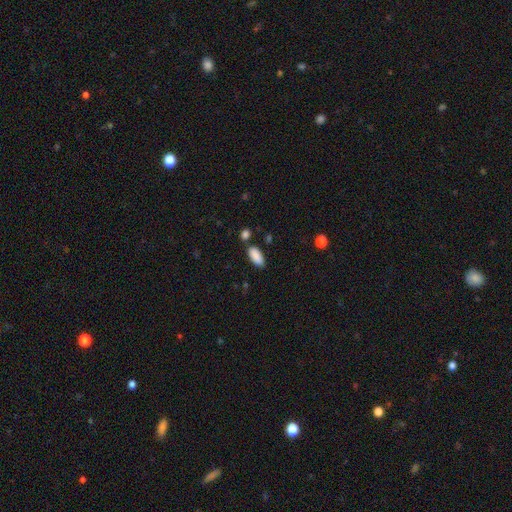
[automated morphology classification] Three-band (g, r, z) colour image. It shows a smooth galaxy with no disk features (90%) that is in between round and cigar-shaped (86%). Merging: none (80%).